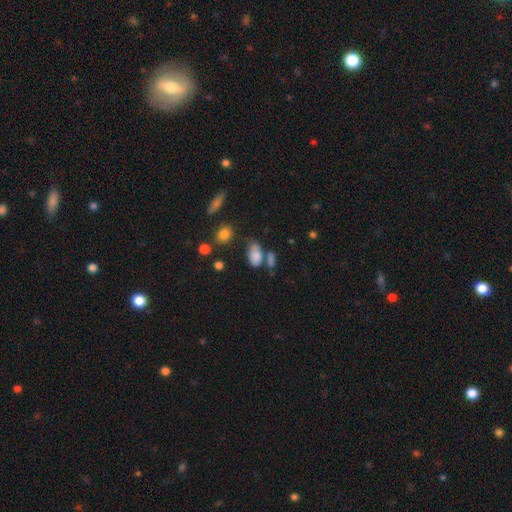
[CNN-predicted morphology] Smooth or featured? smooth (81%)
How rounded? in between (91%)
Merging? none (45%)